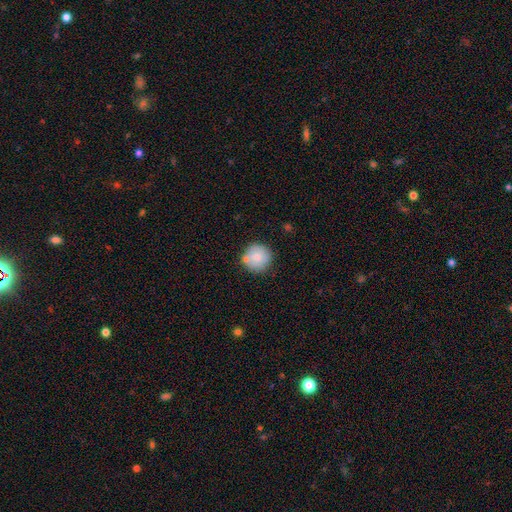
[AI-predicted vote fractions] Smooth or featured? Predicted: smooth (p=0.79). How rounded? Predicted: round (p=0.94). Merging? Predicted: none (p=0.76).